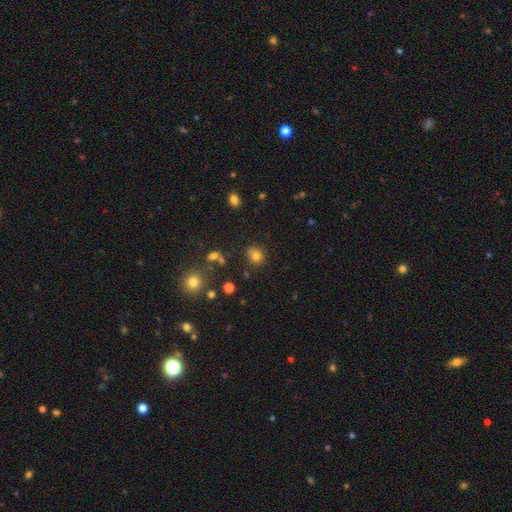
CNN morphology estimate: type=smooth (77%); roundness=round (83%); merging=none (77%).